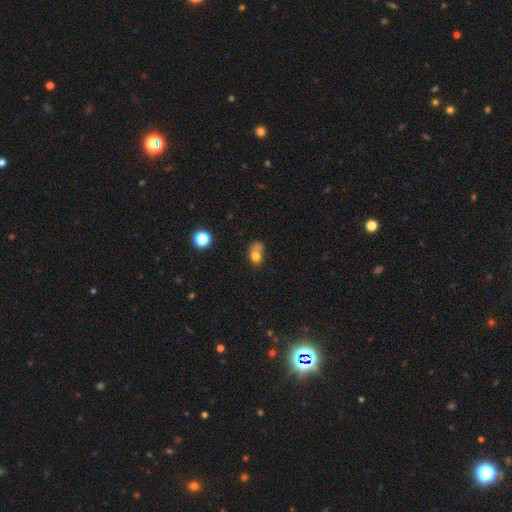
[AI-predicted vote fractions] smooth_or_featured: smooth (p=0.72) [alt: featured or disk p=0.15]
how_rounded: round (p=0.53) [alt: in between p=0.46]
merging: merger (p=0.41) [alt: none p=0.31]